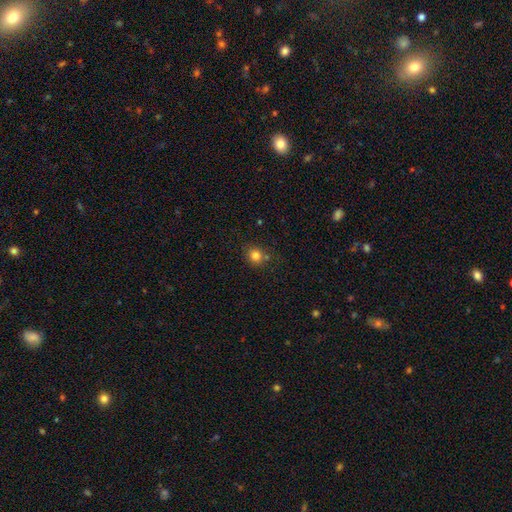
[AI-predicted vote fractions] Smooth or featured?
  - smooth: 81% *
  - star or artifact: 12%
  - featured or disk: 6%
How rounded?
  - round: 80% *
  - in between: 19%
  - cigar-shaped: 1%
Merging?
  - none: 74% *
  - minor disturbance: 13%
  - merger: 10%
  - major disturbance: 3%